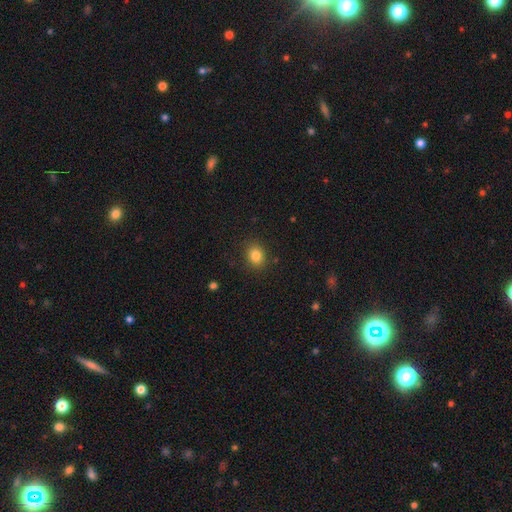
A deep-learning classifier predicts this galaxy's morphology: A smooth galaxy with no disk features (83%) that is round (58%).

Vote fractions:
- Smooth or featured? smooth: 83% / star or artifact: 11% / featured or disk: 6%
- How rounded? round: 58% / in between: 42% / cigar-shaped: 1%
- Merging? none: 87% / minor disturbance: 9% / major disturbance: 3% / merger: 1%